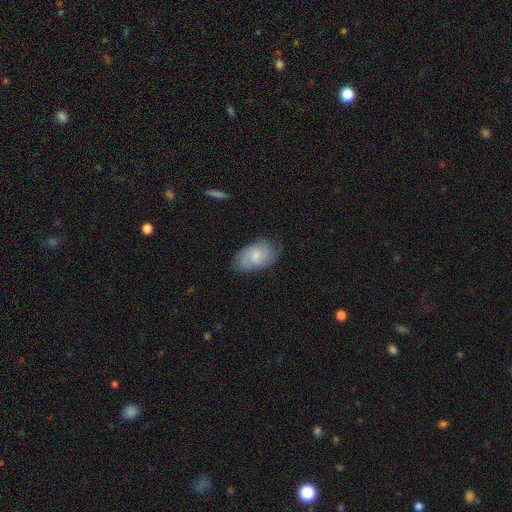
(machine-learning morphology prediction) smooth-or-featured: featured or disk: 51% | smooth: 43% | star or artifact: 7%
  disk-edge-on: no: 96% | yes: 4%
  merging: none: 69% | minor disturbance: 23% | major disturbance: 6% | merger: 1%